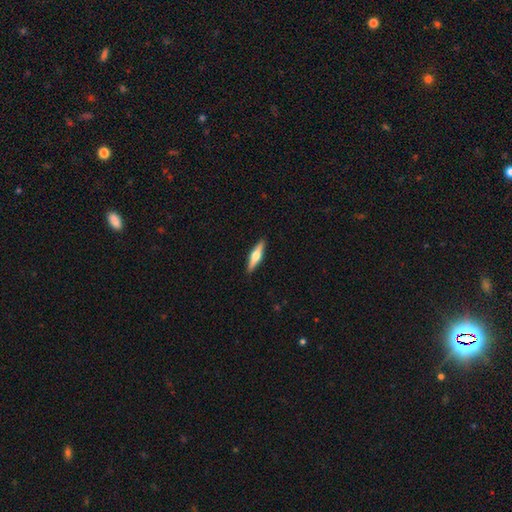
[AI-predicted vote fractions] A featured or disk galaxy (58%) viewed edge-on (96%) with a rounded central bulge (94%). Merging: none (91%).